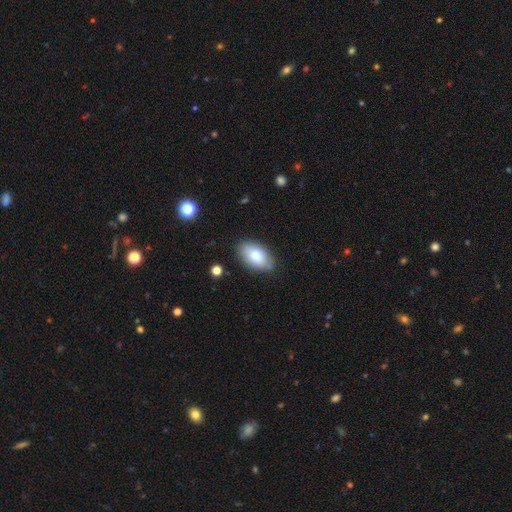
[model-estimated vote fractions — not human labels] Morphology: type=smooth (80%); roundness=in between (94%); merging=none (83%).